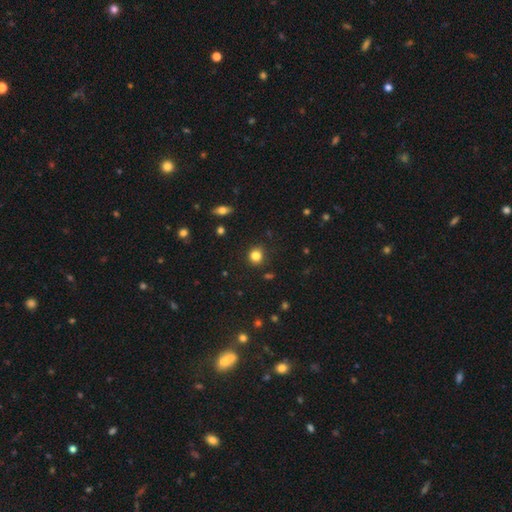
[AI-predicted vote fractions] This is clearly a smooth galaxy (82%). How rounded: clearly round (83%). Merging: clearly none (86%).